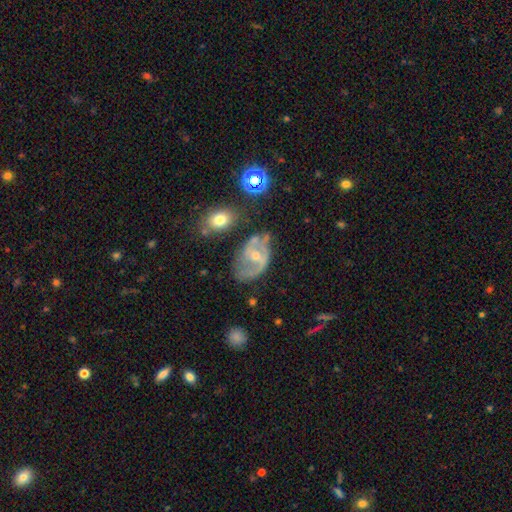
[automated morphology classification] Q: Smooth or featured?
A: featured or disk (72%); runner-up: smooth (18%)
Q: Edge-on disk?
A: no (96%); runner-up: yes (4%)
Q: Bar?
A: no (42%); runner-up: weak (41%)
Q: Spiral arms?
A: yes (77%); runner-up: no (23%)
Q: Spiral winding?
A: medium (43%); runner-up: loose (35%)
Q: Spiral arm count?
A: 2 (70%); runner-up: can't tell (17%)
Q: Bulge size?
A: small (55%); runner-up: moderate (41%)
Q: Merging?
A: none (49%); runner-up: minor disturbance (27%)